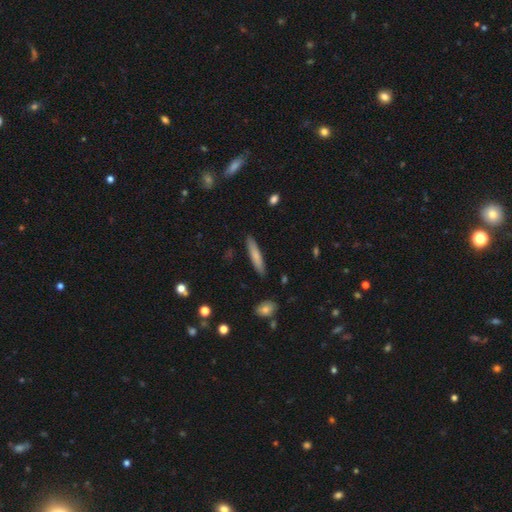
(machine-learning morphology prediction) Q: Smooth or featured?
A: smooth (74%); runner-up: featured or disk (19%)
Q: How rounded?
A: cigar-shaped (90%); runner-up: in between (9%)
Q: Merging?
A: none (89%); runner-up: minor disturbance (8%)